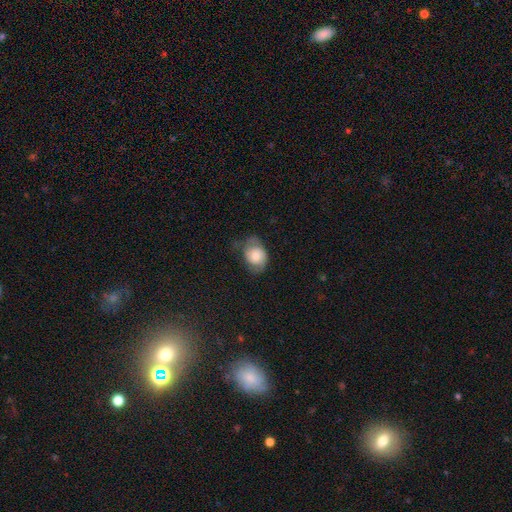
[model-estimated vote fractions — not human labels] Q: Smooth or featured?
A: smooth (59%); runner-up: featured or disk (33%)
Q: How rounded?
A: in between (59%); runner-up: round (40%)
Q: Merging?
A: none (46%); runner-up: minor disturbance (34%)